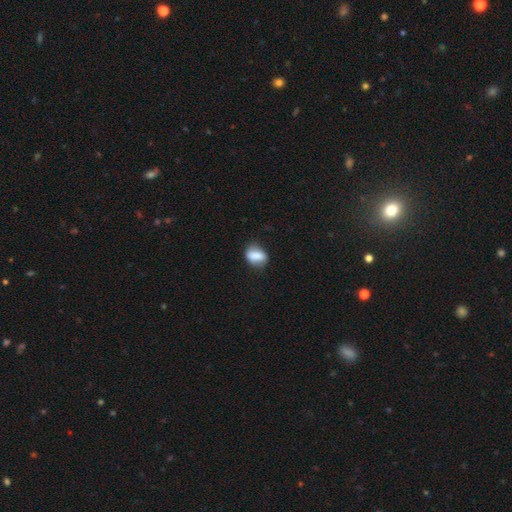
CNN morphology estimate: Q: Smooth or featured?
A: smooth (77%); runner-up: featured or disk (15%)
Q: How rounded?
A: in between (70%); runner-up: round (26%)
Q: Merging?
A: none (75%); runner-up: minor disturbance (19%)